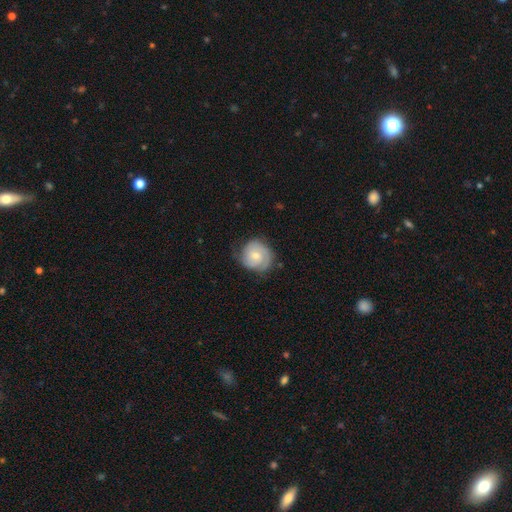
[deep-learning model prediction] Q: Smooth or featured?
A: featured or disk (67%); runner-up: smooth (26%)
Q: Edge-on disk?
A: no (98%); runner-up: yes (2%)
Q: Bar?
A: no (73%); runner-up: weak (24%)
Q: Spiral arms?
A: yes (92%); runner-up: no (8%)
Q: Spiral winding?
A: tight (66%); runner-up: medium (26%)
Q: Spiral arm count?
A: 2 (49%); runner-up: can't tell (21%)
Q: Bulge size?
A: moderate (51%); runner-up: small (45%)
Q: Merging?
A: none (70%); runner-up: minor disturbance (22%)